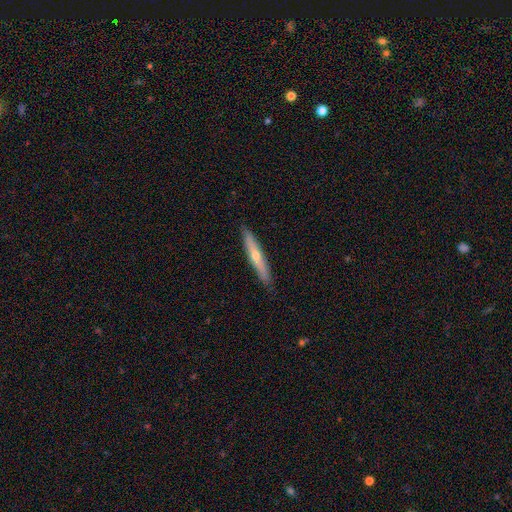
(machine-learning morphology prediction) Smooth or featured? Predicted: featured or disk (p=0.55). Edge-on disk? Predicted: yes (p=0.90). Merging? Predicted: none (p=0.89).